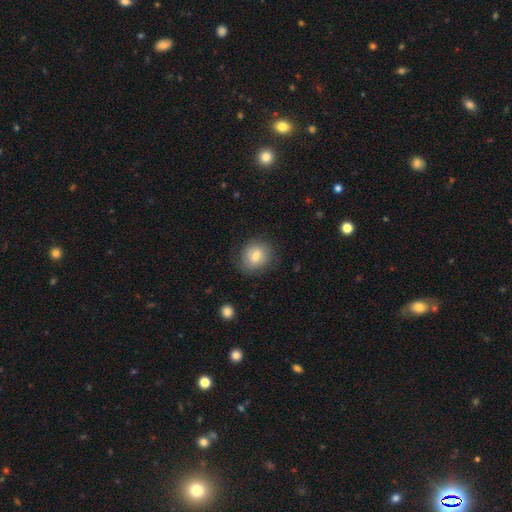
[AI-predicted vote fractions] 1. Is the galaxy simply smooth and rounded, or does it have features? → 73% smooth, 18% featured or disk, 9% star or artifact.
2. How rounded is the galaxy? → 67% round, 32% in between, 1% cigar-shaped.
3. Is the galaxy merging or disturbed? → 77% none, 16% minor disturbance, 5% major disturbance, 1% merger.